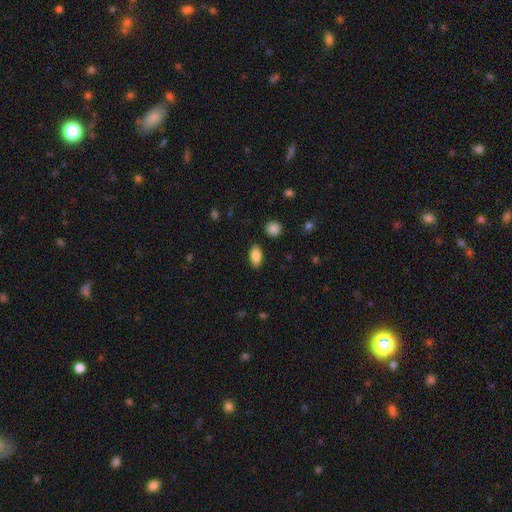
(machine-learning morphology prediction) This is clearly a smooth galaxy (86%). How rounded: clearly in between (89%). Merging: clearly none (87%).